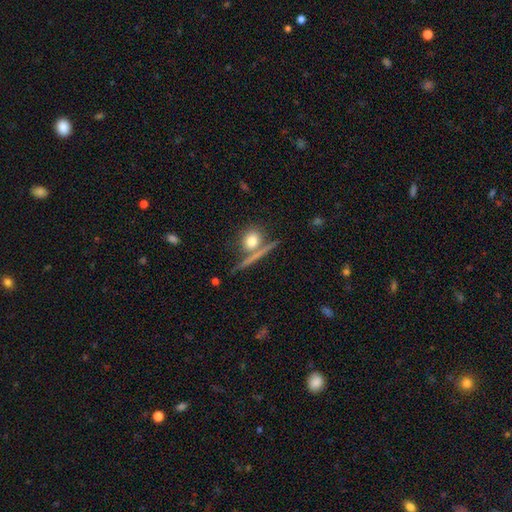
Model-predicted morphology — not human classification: Smooth or featured?
  - smooth: 40% *
  - featured or disk: 31%
  - star or artifact: 29%
Merging?
  - none: 52% *
  - merger: 21%
  - minor disturbance: 14%
  - major disturbance: 13%